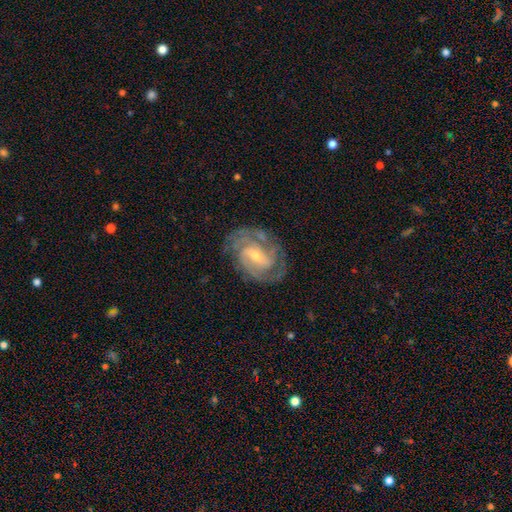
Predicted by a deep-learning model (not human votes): Smooth or featured? featured or disk (88%)
Edge-on disk? no (97%)
Bar? weak (48%)
Spiral arms? yes (97%)
Spiral winding? tight (58%)
Spiral arm count? 2 (31%)
Bulge size? small (62%)
Merging? none (76%)